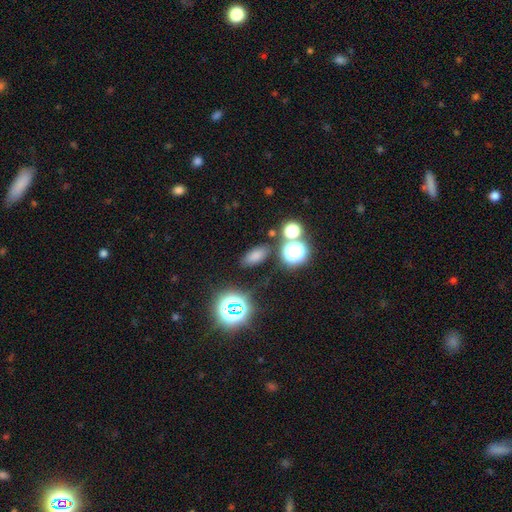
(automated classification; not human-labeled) A smooth galaxy with no disk features (69%) that is in between round and cigar-shaped (80%). Merging: none (80%).